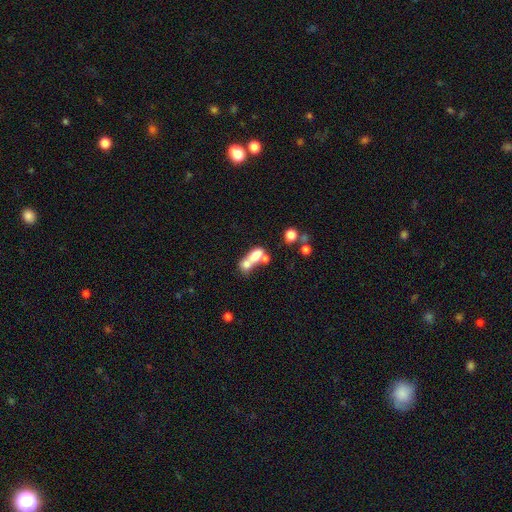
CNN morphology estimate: smooth_or_featured: smooth (p=0.62) [alt: featured or disk p=0.27]
how_rounded: in between (p=0.68) [alt: round p=0.20]
merging: merger (p=0.67) [alt: none p=0.18]